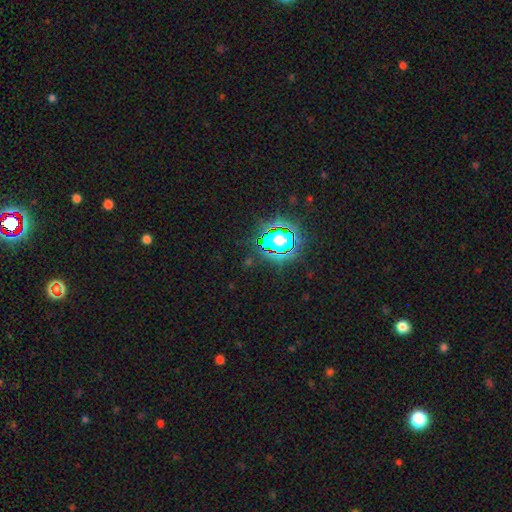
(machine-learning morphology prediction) Overall: star or artifact (79%).